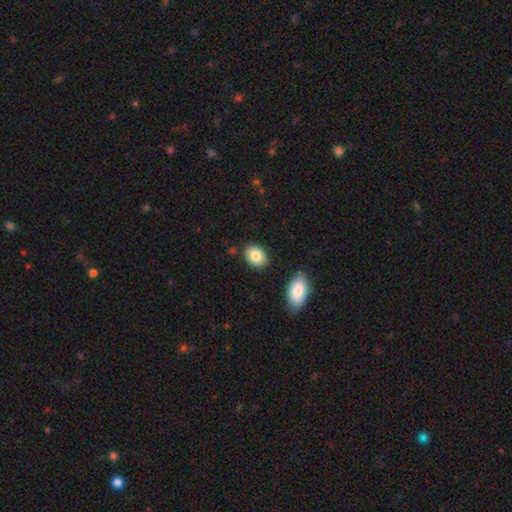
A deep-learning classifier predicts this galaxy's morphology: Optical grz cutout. It shows a smooth galaxy with no disk features (85%) that is in between round and cigar-shaped (76%). Merging: none (84%).